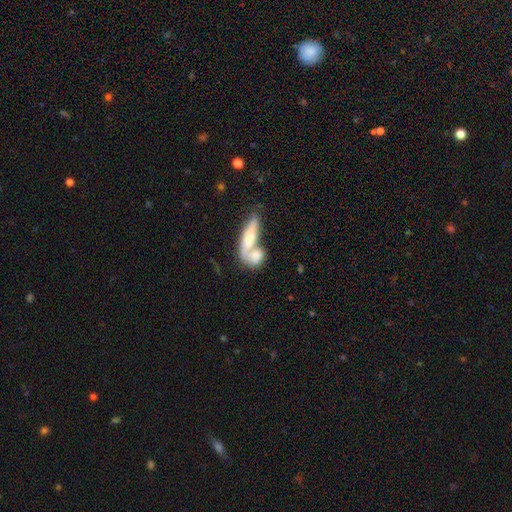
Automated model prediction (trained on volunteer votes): This is likely a smooth galaxy (66%). How rounded: likely in between (61%). Merging: likely merger (67%).